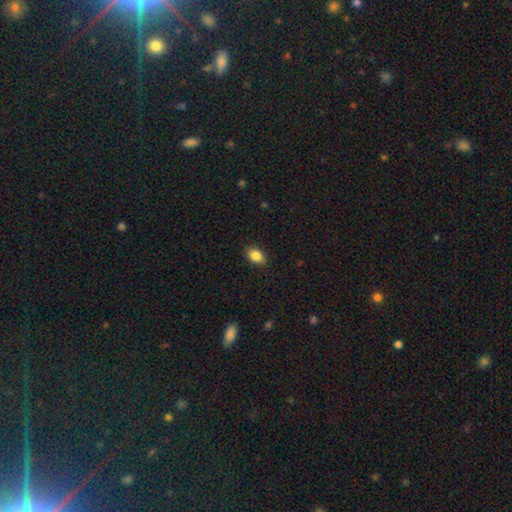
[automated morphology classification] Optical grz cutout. It shows a smooth galaxy with no disk features (85%) that is in between round and cigar-shaped (84%). Merging: none (87%).